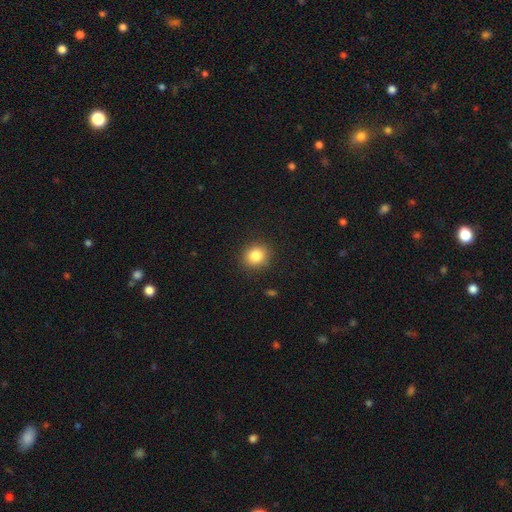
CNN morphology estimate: smooth_or_featured: smooth (p=0.84) [alt: star or artifact p=0.10]
how_rounded: round (p=0.79) [alt: in between p=0.20]
merging: none (p=0.89) [alt: minor disturbance p=0.08]